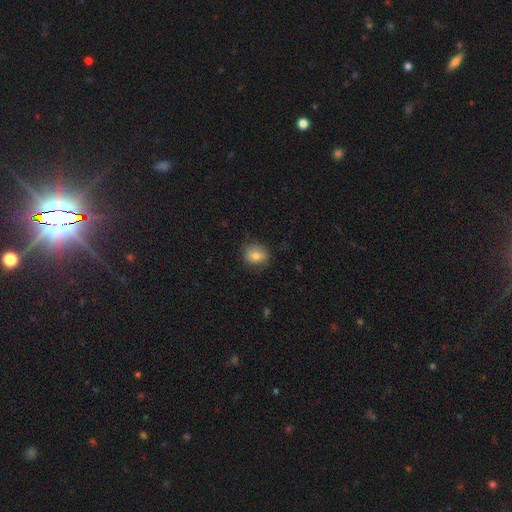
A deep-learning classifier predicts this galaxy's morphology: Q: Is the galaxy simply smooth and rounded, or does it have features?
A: smooth — 77%.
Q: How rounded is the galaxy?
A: round — 64%.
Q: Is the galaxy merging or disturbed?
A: none — 79%.